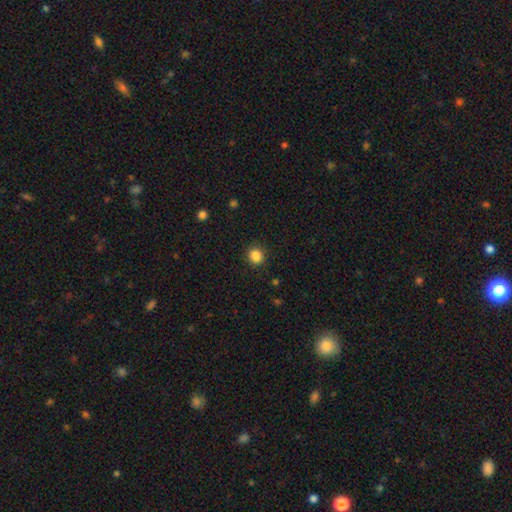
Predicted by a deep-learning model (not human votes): Smooth or featured: smooth — 86% (star or artifact — 11%)
How rounded: round — 82% (in between — 17%)
Merging: none — 87% (minor disturbance — 9%)